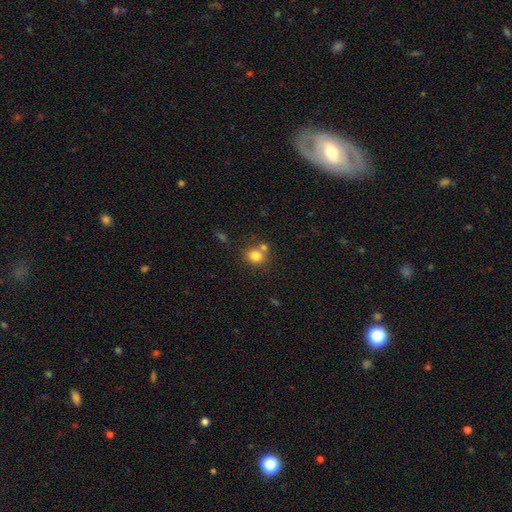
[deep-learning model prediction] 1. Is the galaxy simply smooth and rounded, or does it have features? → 80% smooth, 11% star or artifact, 9% featured or disk.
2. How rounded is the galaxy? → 78% round, 21% in between, 1% cigar-shaped.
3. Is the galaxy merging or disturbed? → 60% none, 27% merger, 10% minor disturbance, 3% major disturbance.